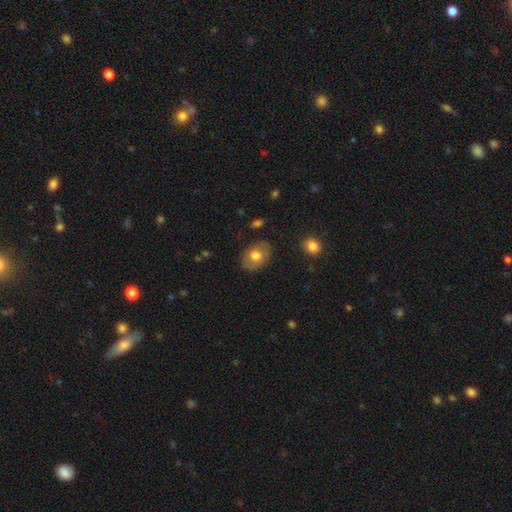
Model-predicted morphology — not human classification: smooth-or-featured: smooth: 67% | featured or disk: 26% | star or artifact: 7%
  how-rounded: in between: 72% | round: 27% | cigar-shaped: 1%
  merging: none: 81% | minor disturbance: 14% | major disturbance: 4% | merger: 1%